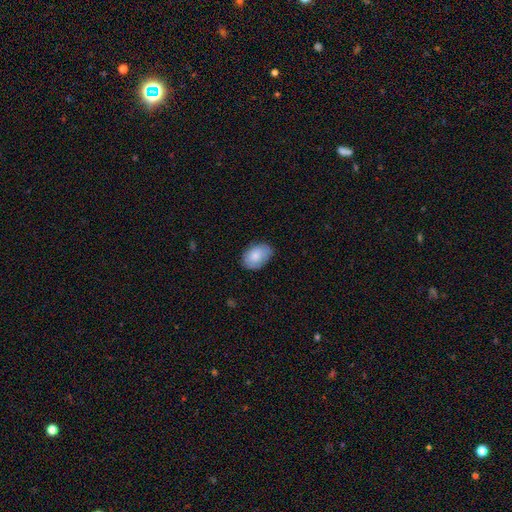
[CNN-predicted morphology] Smooth or featured: smooth — 82% (featured or disk — 12%)
How rounded: in between — 86% (round — 13%)
Merging: none — 75% (minor disturbance — 21%)